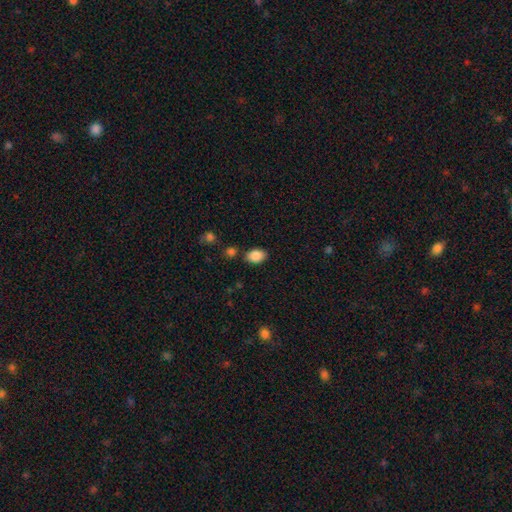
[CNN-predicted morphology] Smooth or featured: smooth — 87% (star or artifact — 8%)
How rounded: in between — 83% (round — 15%)
Merging: none — 80% (minor disturbance — 12%)